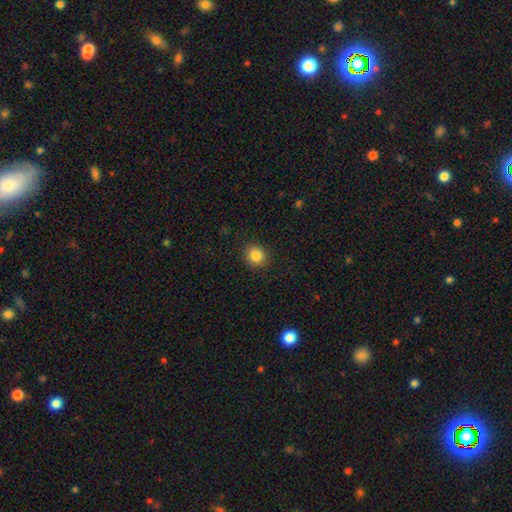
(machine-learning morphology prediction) Smooth or featured: smooth — 85% (star or artifact — 10%)
How rounded: round — 83% (in between — 16%)
Merging: none — 90% (minor disturbance — 7%)